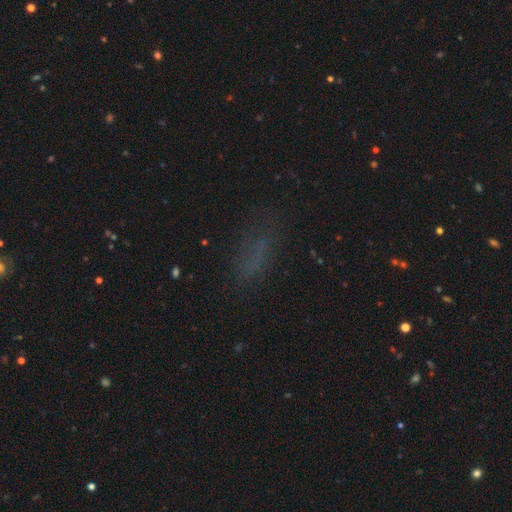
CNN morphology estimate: Smooth or featured? smooth (55%)
How rounded? in between (66%)
Merging? none (66%)